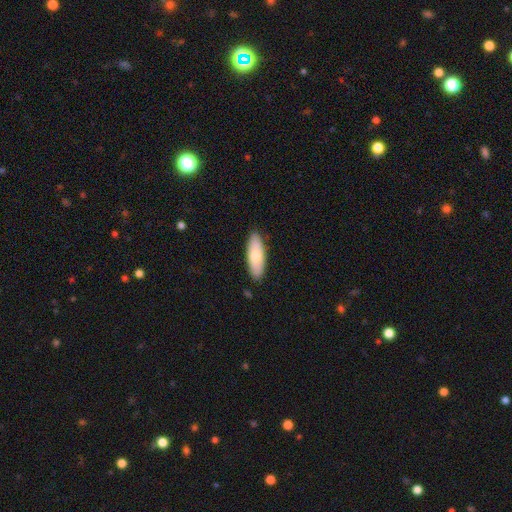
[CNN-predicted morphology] A smooth galaxy with no disk features (76%) that is in between round and cigar-shaped (65%). Merging: none (87%).